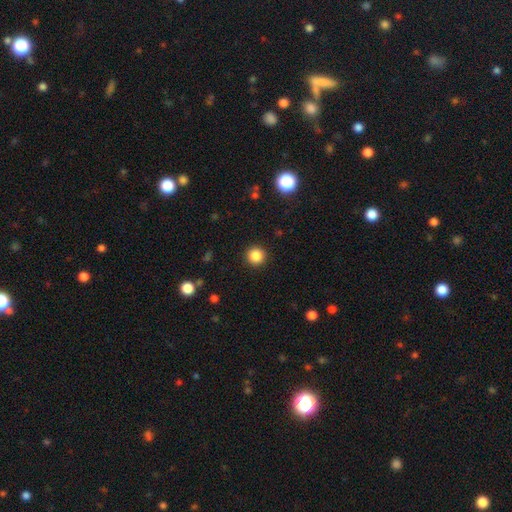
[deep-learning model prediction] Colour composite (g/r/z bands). It shows a smooth galaxy with no disk features (86%) that is round (95%). Merging: none (92%).